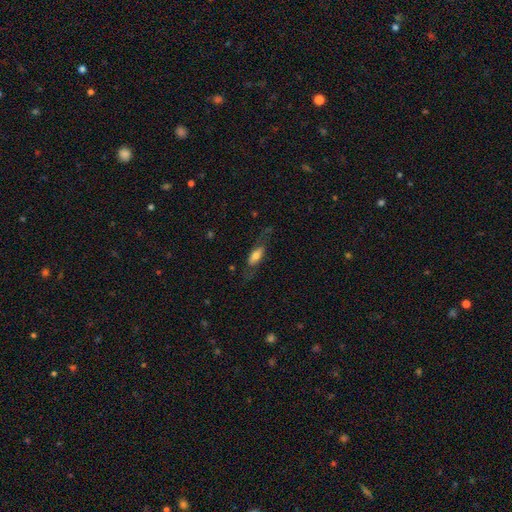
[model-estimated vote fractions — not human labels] Morphology: type=smooth (59%); roundness=in between (70%); merging=none (63%).